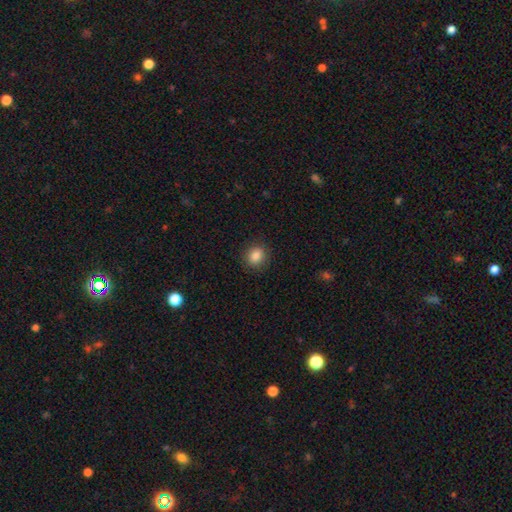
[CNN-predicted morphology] A smooth galaxy with no disk features (86%) that is round (79%).

Vote fractions:
- Smooth or featured? smooth: 86% / star or artifact: 10% / featured or disk: 4%
- How rounded? round: 79% / in between: 20% / cigar-shaped: 1%
- Merging? none: 89% / minor disturbance: 7% / major disturbance: 2% / merger: 1%